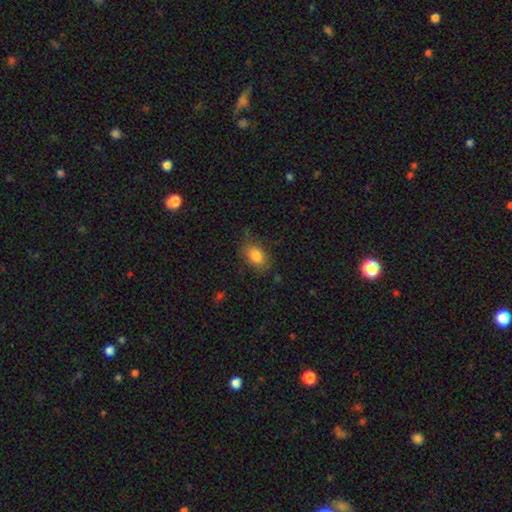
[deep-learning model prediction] Smooth or featured? Predicted: smooth (p=0.82). How rounded? Predicted: in between (p=0.85). Merging? Predicted: none (p=0.73).